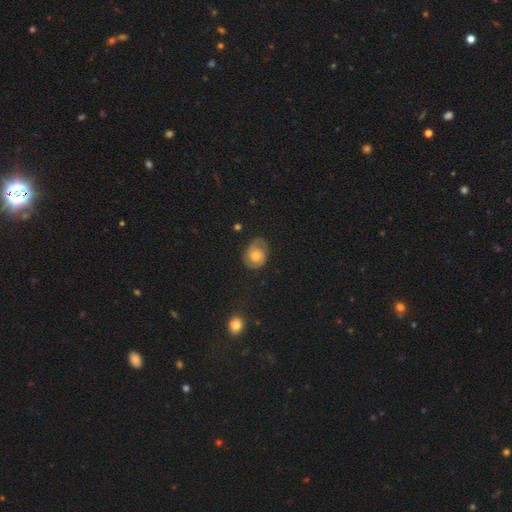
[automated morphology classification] The model was most divided on "smooth or featured": featured or disk: 58%, smooth: 34%, star or artifact: 8%. More confident: edge-on disk — no (97%); spiral arms — yes (82%); bar — no (79%); bulge size — moderate (66%); merging — none (63%).